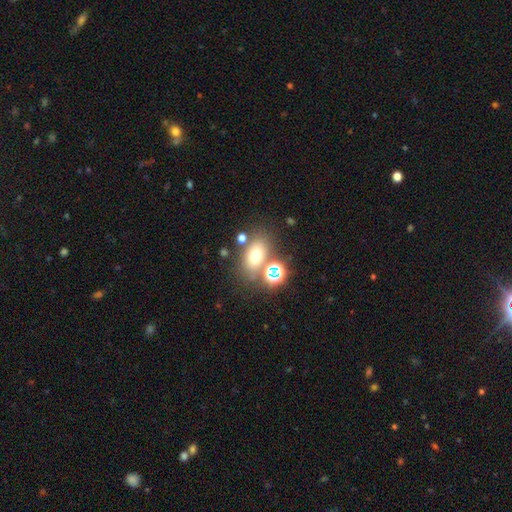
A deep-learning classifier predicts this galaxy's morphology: Smooth or featured? Predicted: smooth (p=0.64). How rounded? Predicted: in between (p=0.69). Merging? Predicted: none (p=0.66).